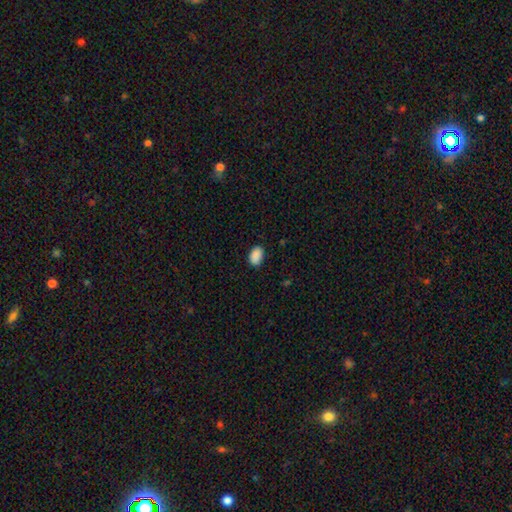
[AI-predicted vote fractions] smooth-or-featured: smooth: 90% | star or artifact: 7% | featured or disk: 3%
  how-rounded: in between: 90% | round: 9% | cigar-shaped: 1%
  merging: none: 82% | minor disturbance: 14% | major disturbance: 3% | merger: 1%